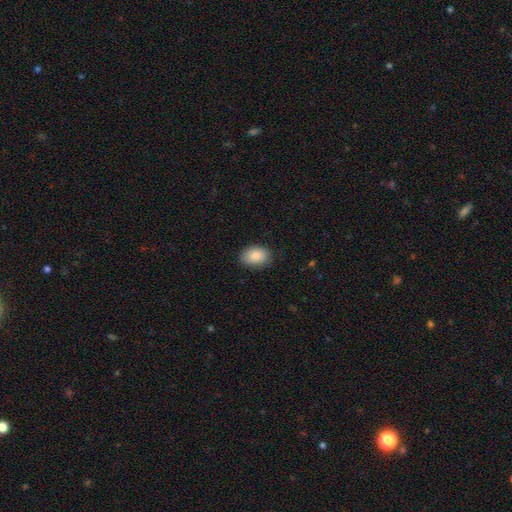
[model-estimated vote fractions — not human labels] smooth-or-featured: smooth: 87% | star or artifact: 7% | featured or disk: 6%
  how-rounded: in between: 82% | round: 17% | cigar-shaped: 1%
  merging: none: 84% | minor disturbance: 13% | major disturbance: 3% | merger: 1%